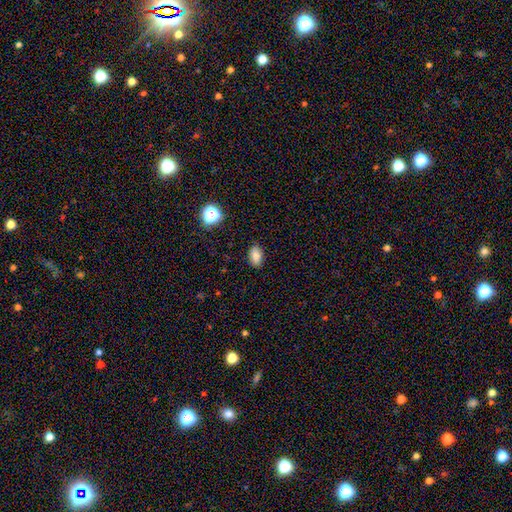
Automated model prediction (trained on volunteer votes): Overall: smooth (84%). How rounded: in between (90%). Merging: none (88%).